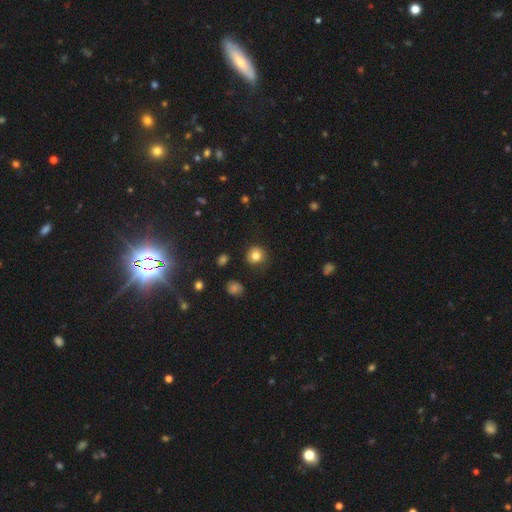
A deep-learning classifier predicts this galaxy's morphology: This appears to be a smooth galaxy with no disk features (82%) that is round (89%). Merging: none (84%).